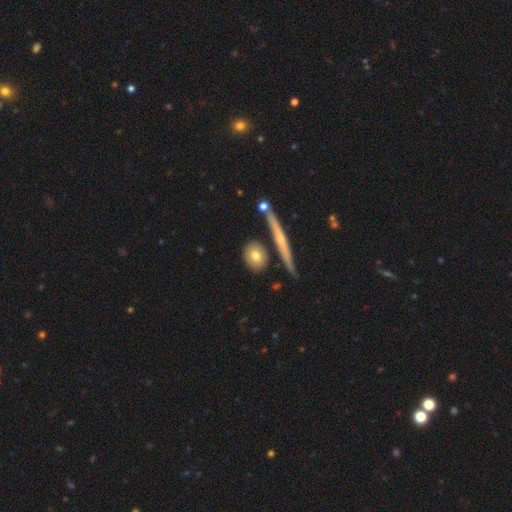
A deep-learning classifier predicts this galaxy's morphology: Overall: smooth (75%). How rounded: round (60%; in between 30%). Merging: none (80%).